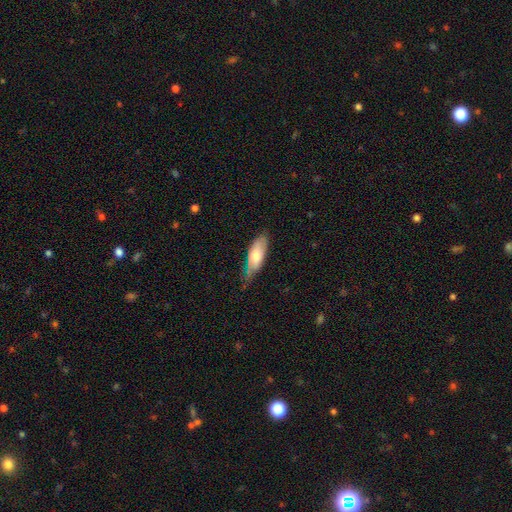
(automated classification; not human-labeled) smooth_or_featured: smooth (p=0.68) [alt: featured or disk p=0.27]
how_rounded: in between (p=0.66) [alt: cigar-shaped p=0.32]
merging: none (p=0.52) [alt: minor disturbance p=0.37]